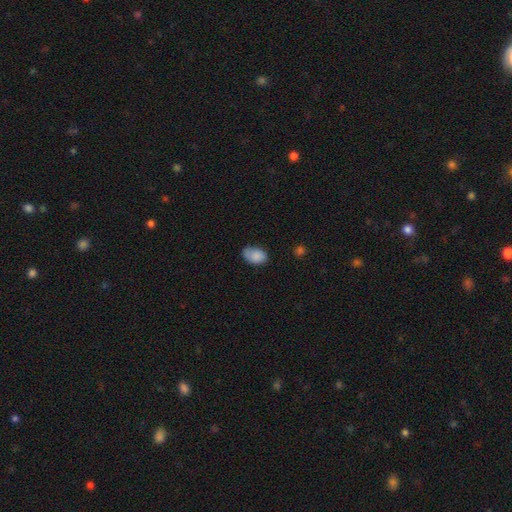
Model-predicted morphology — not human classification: This is clearly a smooth galaxy (86%). How rounded: clearly in between (88%). Merging: likely none (63%).